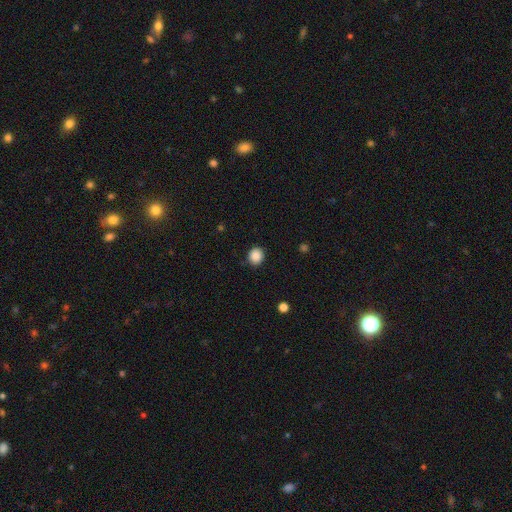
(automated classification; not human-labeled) smooth 88%, star or artifact 9%, featured or disk 3%. Down the decision tree: how rounded — round (84%); merging — none (88%).